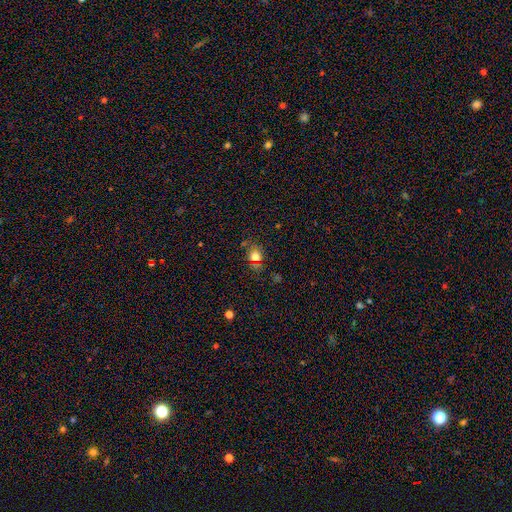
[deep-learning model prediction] Smooth or featured: smooth — 67% (star or artifact — 24%)
How rounded: in between — 54% (round — 43%)
Merging: none — 78% (minor disturbance — 14%)